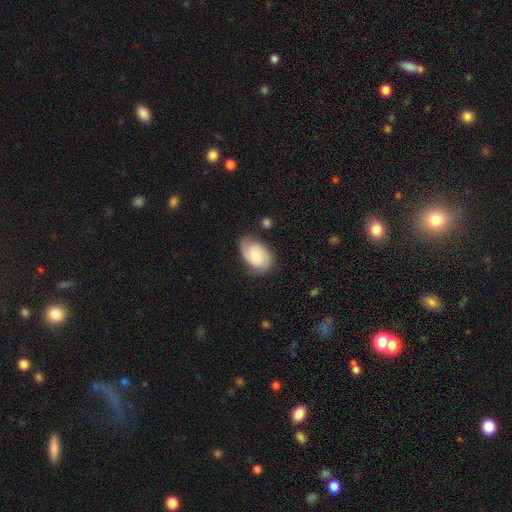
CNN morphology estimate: The model was most divided on "spiral winding": tight: 47%, medium: 40%, loose: 12%. More confident: edge-on disk — no (97%); spiral arms — yes (93%); spiral arm count — 2 (78%); merging — none (74%); smooth or featured — featured or disk (64%); bar — no (53%); bulge size — moderate (51%).